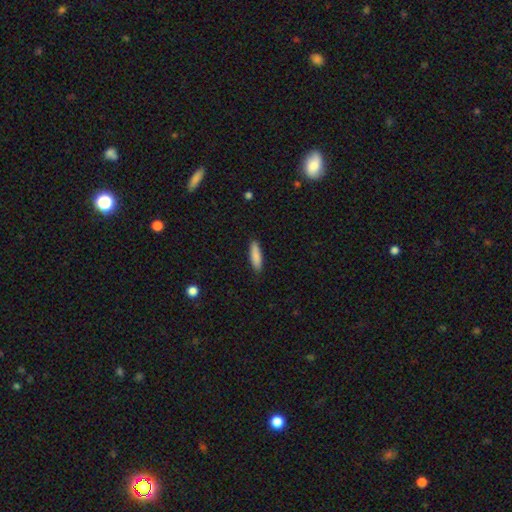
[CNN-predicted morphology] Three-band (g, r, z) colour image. It shows a smooth galaxy with no disk features (87%) that is cigar-shaped (68%). Merging: none (89%).